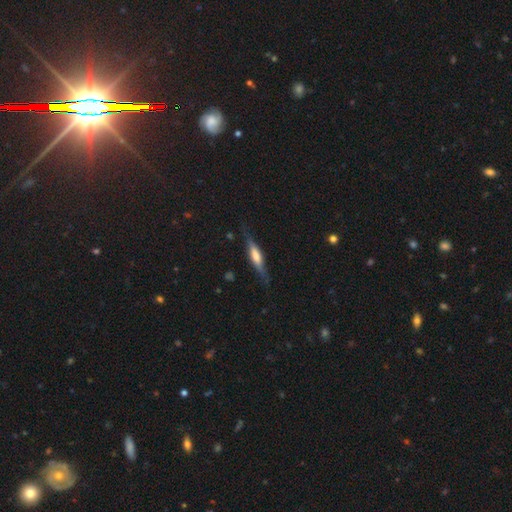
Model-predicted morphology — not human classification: The model was most divided on "smooth or featured": featured or disk: 54%, smooth: 40%, star or artifact: 6%. More confident: edge-on disk — yes (92%); merging — none (78%); edge-on bulge — rounded (57%).